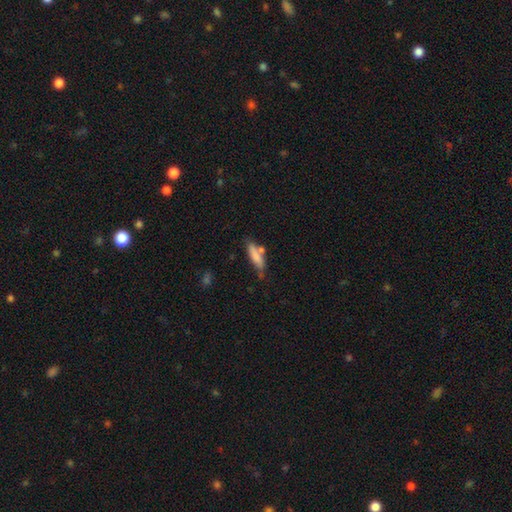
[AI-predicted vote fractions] A smooth galaxy with no disk features (77%) that is cigar-shaped (61%).

Vote fractions:
- Smooth or featured? smooth: 77% / featured or disk: 16% / star or artifact: 7%
- How rounded? cigar-shaped: 61% / in between: 37% / round: 2%
- Merging? none: 59% / minor disturbance: 21% / merger: 15% / major disturbance: 5%